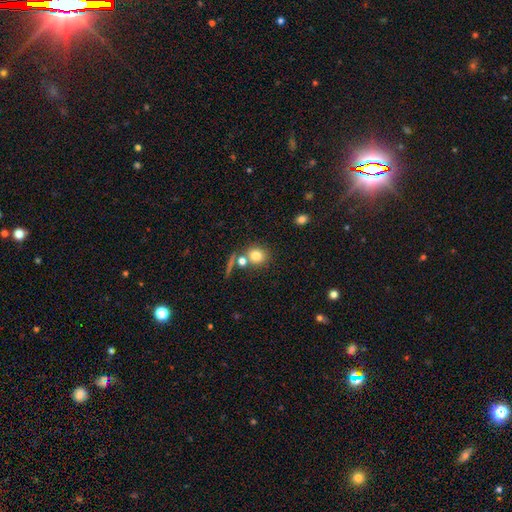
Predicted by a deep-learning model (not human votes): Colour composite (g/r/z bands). It shows a smooth galaxy with no disk features (78%) that is round (83%). Merging: none (62%).